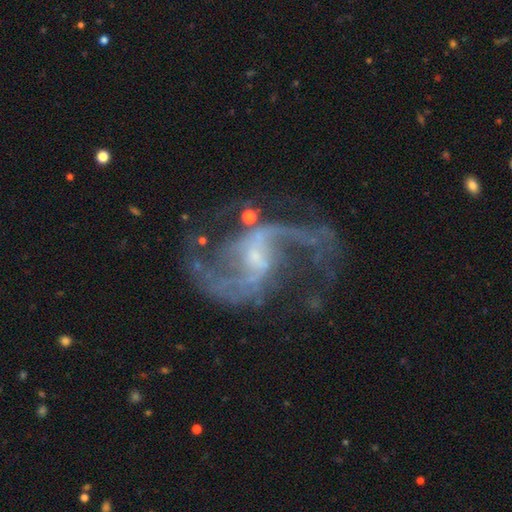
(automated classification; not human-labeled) Smooth or featured: featured or disk — 92% (star or artifact — 5%)
Edge-on disk: no — 98% (yes — 2%)
Bar: weak — 52% (no — 25%)
Spiral arms: yes — 97% (no — 3%)
Spiral winding: loose — 63% (medium — 32%)
Spiral arm count: 2 — 93% (can't tell — 2%)
Bulge size: small — 66% (moderate — 17%)
Merging: none — 65% (major disturbance — 16%)